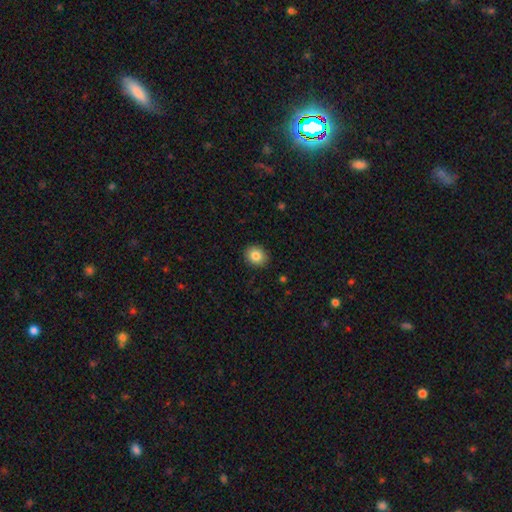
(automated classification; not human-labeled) The model was most divided on "how rounded": round: 62%, in between: 37%, cigar-shaped: 1%. More confident: merging — none (90%); smooth or featured — smooth (84%).